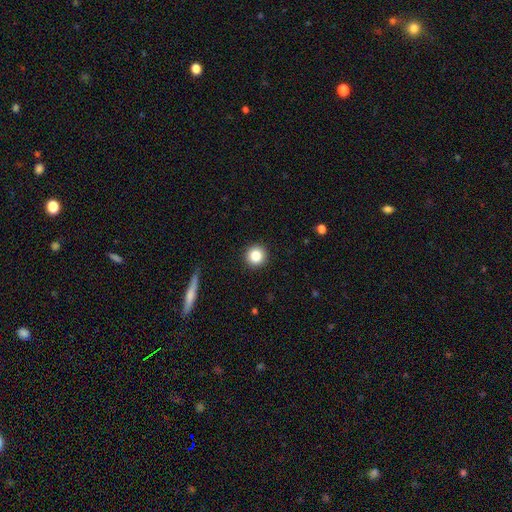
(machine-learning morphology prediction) This is clearly a smooth galaxy (85%). How rounded: clearly round (94%). Merging: clearly none (92%).